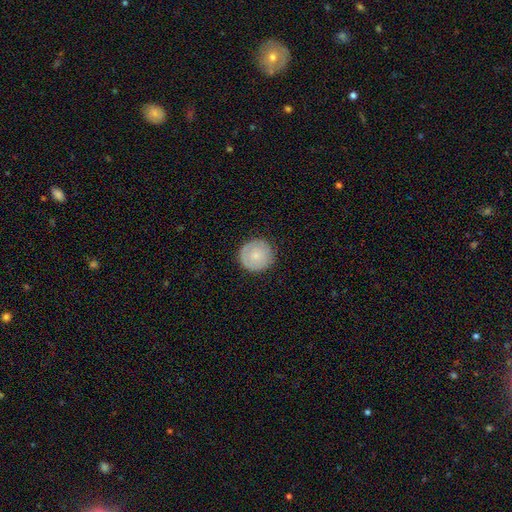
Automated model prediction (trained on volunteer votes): Overall: smooth (72%). How rounded: round (95%). Merging: none (87%).